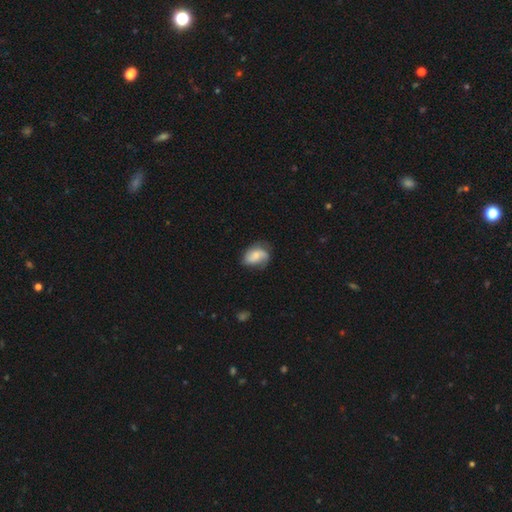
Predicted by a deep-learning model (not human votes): Overall: smooth (55%; featured or disk 38%). How rounded: in between (78%). Merging: none (53%; minor disturbance 32%).